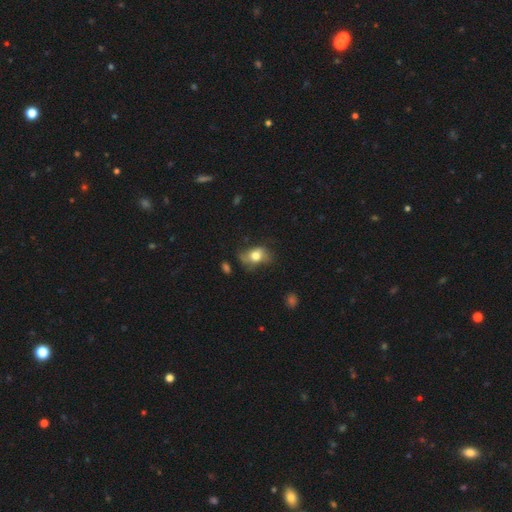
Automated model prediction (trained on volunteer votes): Q: Smooth or featured?
A: smooth (60%); runner-up: featured or disk (30%)
Q: How rounded?
A: in between (73%); runner-up: round (25%)
Q: Merging?
A: none (47%); runner-up: minor disturbance (30%)